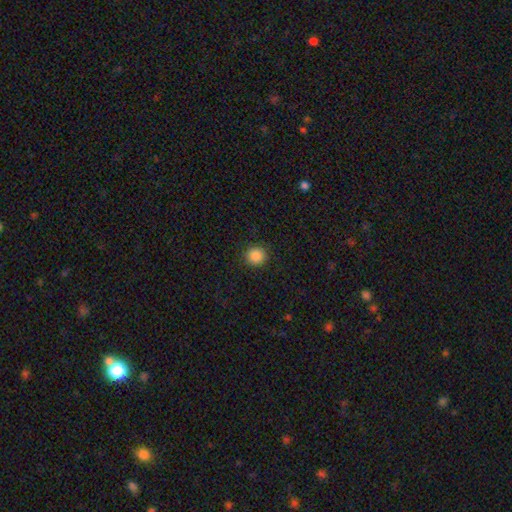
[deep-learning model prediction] Smooth or featured?
  - smooth: 87% *
  - star or artifact: 10%
  - featured or disk: 3%
How rounded?
  - round: 93% *
  - in between: 6%
  - cigar-shaped: 1%
Merging?
  - none: 92% *
  - minor disturbance: 5%
  - major disturbance: 2%
  - merger: 1%